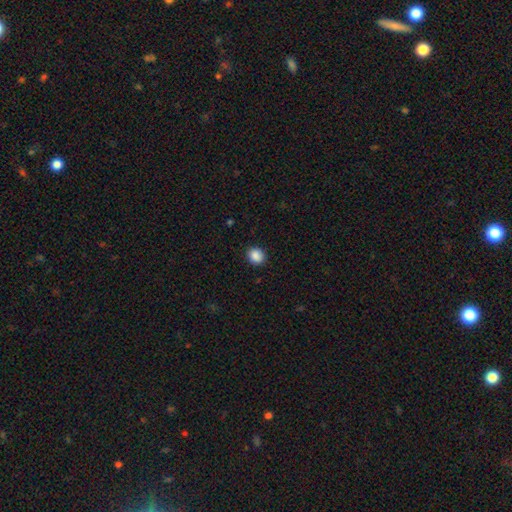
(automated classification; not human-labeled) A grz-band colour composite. It shows a smooth galaxy with no disk features (88%) that is round (72%). Merging: none (90%).